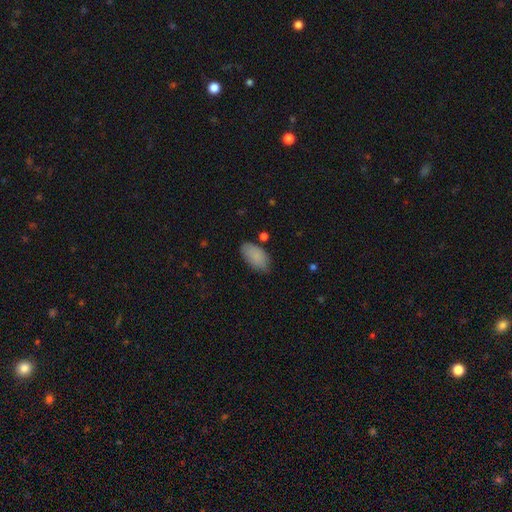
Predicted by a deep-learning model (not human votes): This appears to be a smooth galaxy with no disk features (87%) that is in between round and cigar-shaped (94%). Merging: none (74%).